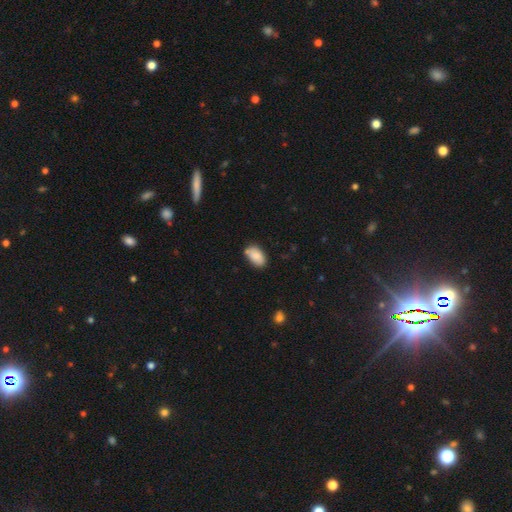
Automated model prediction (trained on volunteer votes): smooth_or_featured: smooth (p=0.82) [alt: featured or disk p=0.11]
how_rounded: in between (p=0.93) [alt: round p=0.06]
merging: none (p=0.70) [alt: minor disturbance p=0.21]